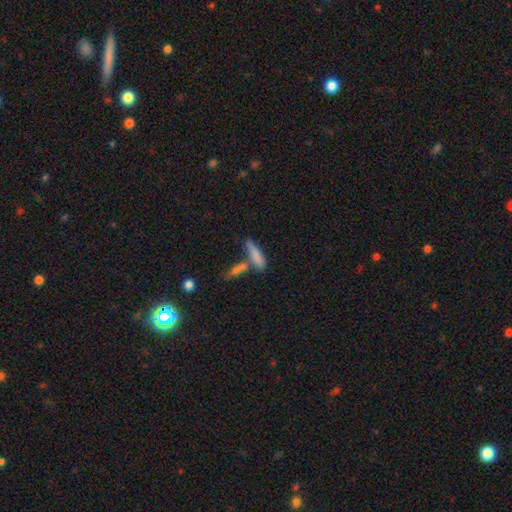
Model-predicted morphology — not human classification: smooth_or_featured: smooth (p=0.76) [alt: featured or disk p=0.17]
how_rounded: cigar-shaped (p=0.71) [alt: in between p=0.27]
merging: none (p=0.46) [alt: merger p=0.34]